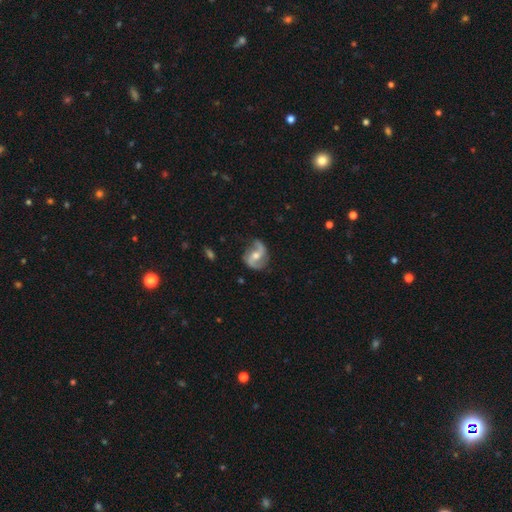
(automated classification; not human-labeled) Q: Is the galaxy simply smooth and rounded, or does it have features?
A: featured or disk — 84%.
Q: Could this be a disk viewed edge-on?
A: no — 97%.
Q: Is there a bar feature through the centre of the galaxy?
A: weak — 43%.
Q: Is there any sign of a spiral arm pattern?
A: yes — 95%.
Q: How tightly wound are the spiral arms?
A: loose — 51%.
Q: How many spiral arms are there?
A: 2 — 89%.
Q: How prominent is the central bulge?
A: moderate — 67%.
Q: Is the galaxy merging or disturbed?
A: none — 71%.